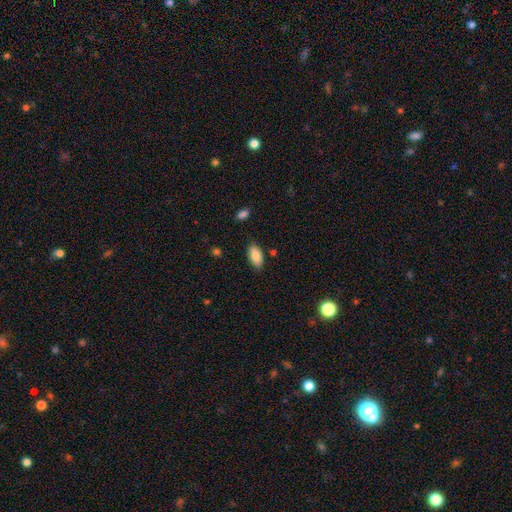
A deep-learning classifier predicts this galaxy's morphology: Smooth or featured? Predicted: smooth (p=0.87). How rounded? Predicted: in between (p=0.92). Merging? Predicted: none (p=0.84).